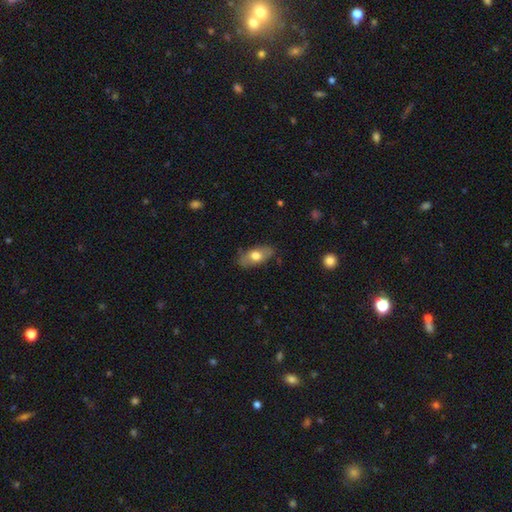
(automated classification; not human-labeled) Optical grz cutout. It shows a smooth galaxy with no disk features (66%) that is in between round and cigar-shaped (86%). Merging: none (78%).